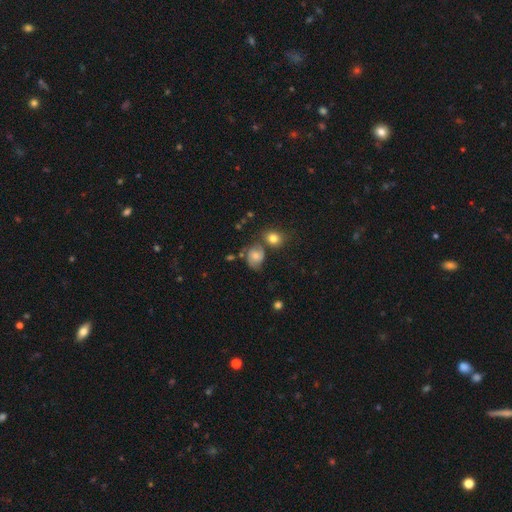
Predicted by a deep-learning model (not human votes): Smooth or featured?
  - smooth: 49% *
  - featured or disk: 39%
  - star or artifact: 12%
Merging?
  - none: 51% *
  - minor disturbance: 24%
  - merger: 15%
  - major disturbance: 11%